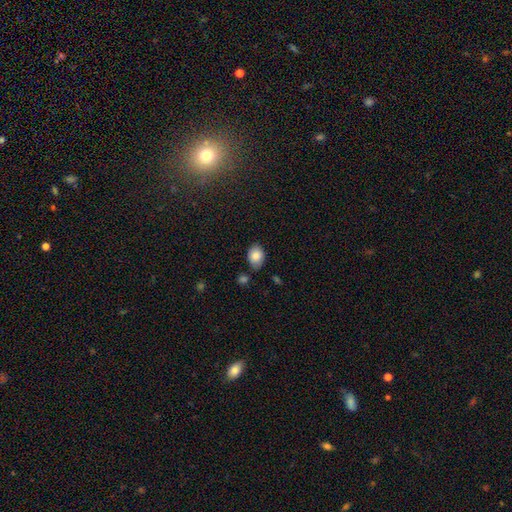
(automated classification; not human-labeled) Q: Smooth or featured?
A: smooth (85%); runner-up: star or artifact (8%)
Q: How rounded?
A: in between (79%); runner-up: round (20%)
Q: Merging?
A: none (75%); runner-up: minor disturbance (17%)